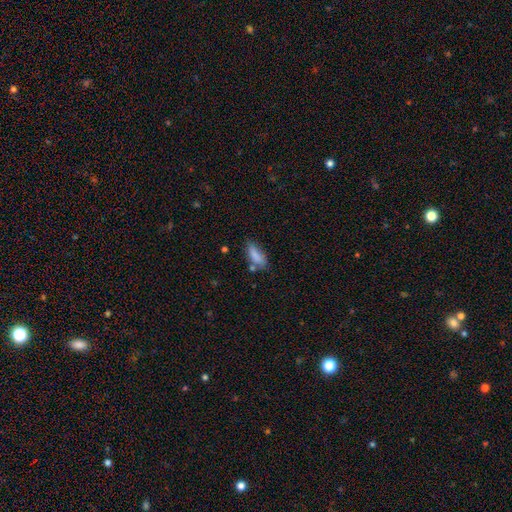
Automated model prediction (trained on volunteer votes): Smooth or featured: smooth — 82% (featured or disk — 10%)
How rounded: in between — 71% (cigar-shaped — 26%)
Merging: none — 53% (minor disturbance — 28%)